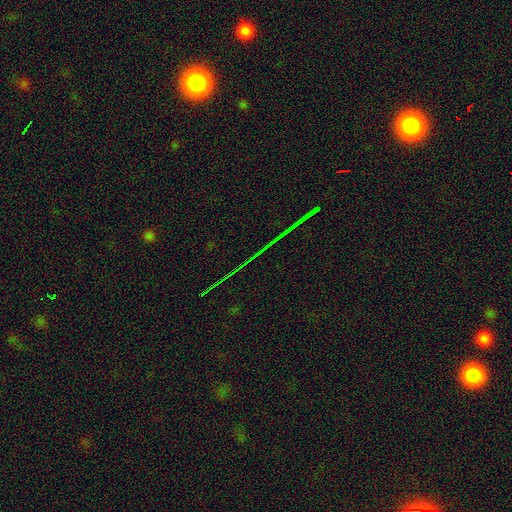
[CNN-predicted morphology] type=star or artifact (76%).